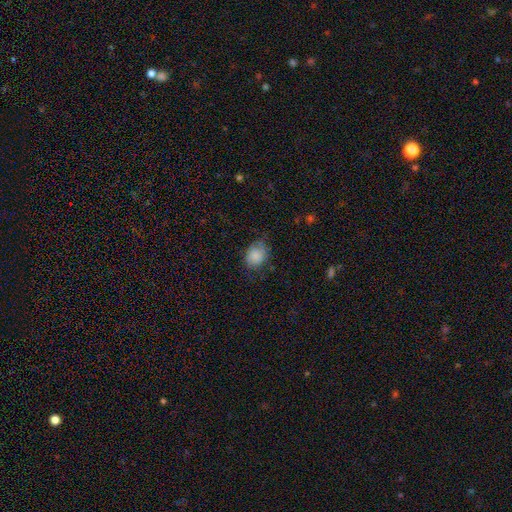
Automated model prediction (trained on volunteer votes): Smooth or featured? Predicted: smooth (p=0.85). How rounded? Predicted: in between (p=0.53). Merging? Predicted: none (p=0.65).